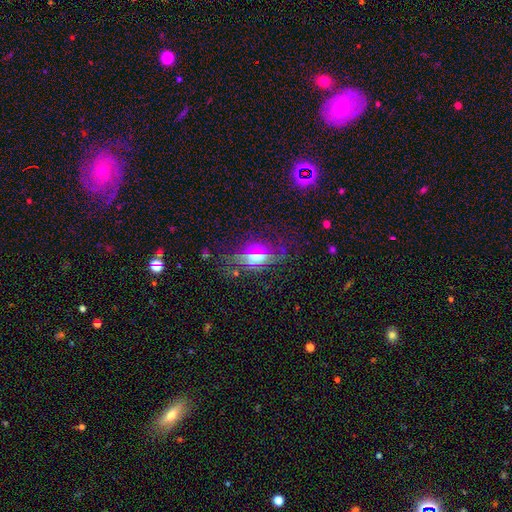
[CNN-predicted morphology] This appears to be a smooth galaxy with no disk features (44%). Merging: none (69%).